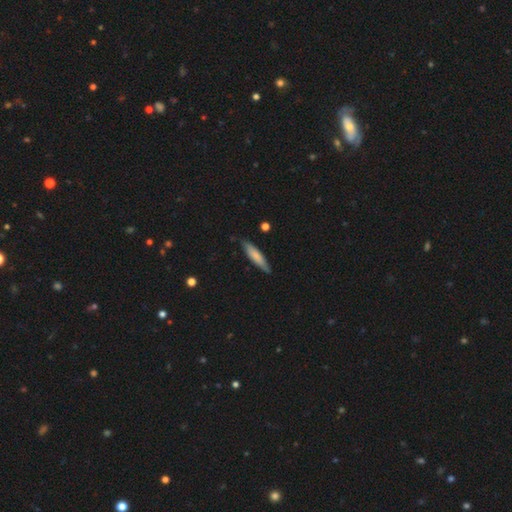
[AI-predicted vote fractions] Smooth or featured: smooth — 72% (featured or disk — 22%)
How rounded: cigar-shaped — 80% (in between — 18%)
Merging: none — 82% (minor disturbance — 14%)